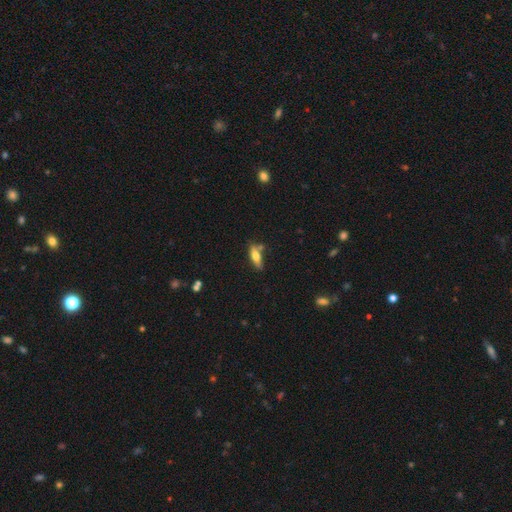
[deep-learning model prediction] Smooth or featured? Predicted: smooth (p=0.61). How rounded? Predicted: in between (p=0.52). Merging? Predicted: none (p=0.64).